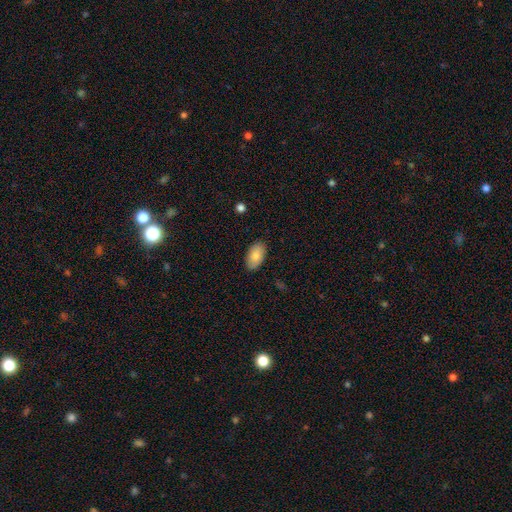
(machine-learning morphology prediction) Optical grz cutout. It shows a smooth galaxy with no disk features (83%) that is in between round and cigar-shaped (95%). Merging: none (87%).